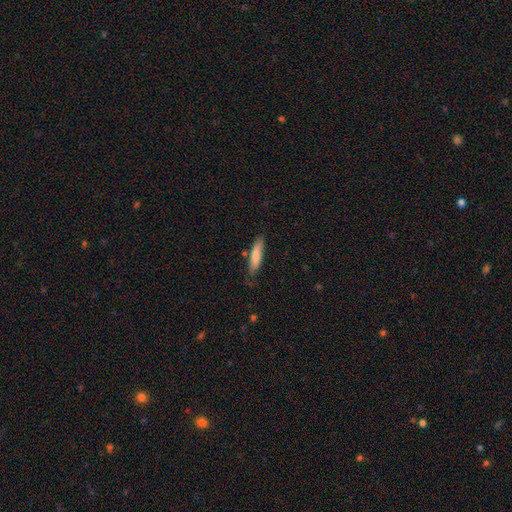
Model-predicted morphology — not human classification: Smooth or featured? Predicted: smooth (p=0.76). How rounded? Predicted: cigar-shaped (p=0.74). Merging? Predicted: none (p=0.76).